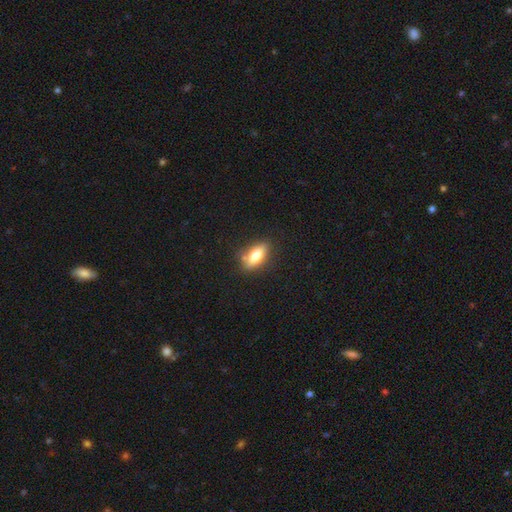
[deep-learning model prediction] smooth_or_featured: smooth (p=0.73) [alt: featured or disk p=0.19]
how_rounded: in between (p=0.81) [alt: cigar-shaped p=0.15]
merging: none (p=0.76) [alt: minor disturbance p=0.16]